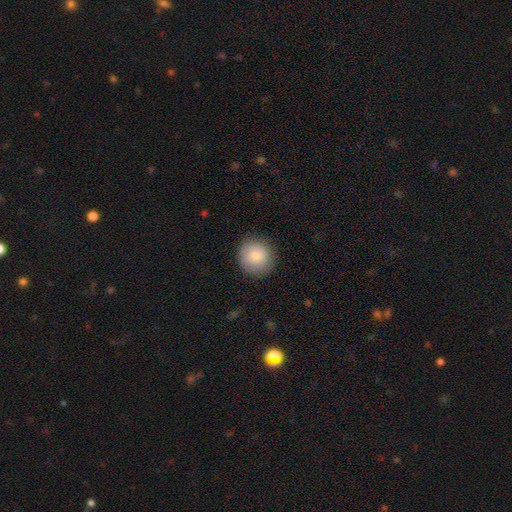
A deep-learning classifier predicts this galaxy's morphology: Smooth or featured?
  - smooth: 84% *
  - featured or disk: 9%
  - star or artifact: 7%
How rounded?
  - round: 91% *
  - in between: 8%
  - cigar-shaped: 1%
Merging?
  - none: 86% *
  - minor disturbance: 10%
  - major disturbance: 3%
  - merger: 1%